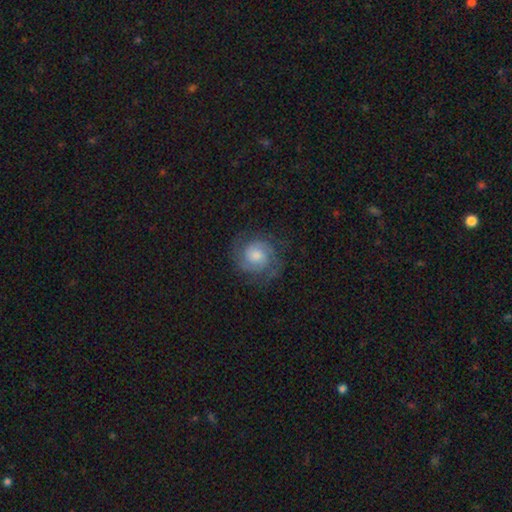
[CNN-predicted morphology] type=featured or disk (74%); edge-on=no (98%); bar=no (66%); spiral arms=yes (95%); winding=tight (55%); arm count=2 (72%); bulge=moderate (49%); merging=none (78%).